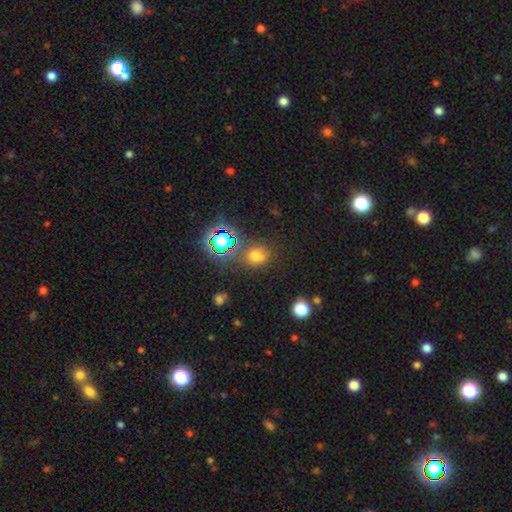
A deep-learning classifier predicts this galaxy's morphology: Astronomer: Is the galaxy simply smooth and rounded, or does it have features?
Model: smooth — 61%.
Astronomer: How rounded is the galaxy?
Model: round — 61% (runner-up: in between, 38%).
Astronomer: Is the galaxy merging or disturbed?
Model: none — 72%.